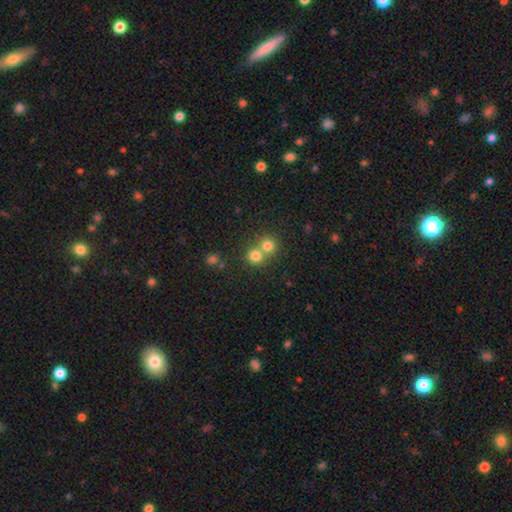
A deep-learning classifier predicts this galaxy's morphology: Overall: smooth (77%). How rounded: round (88%). Merging: merger (49%; none 44%).